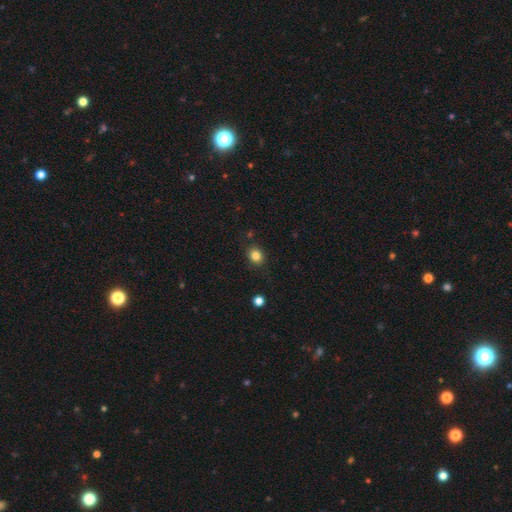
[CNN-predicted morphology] Overall: smooth (83%). How rounded: round (70%; in between 30%). Merging: none (85%).